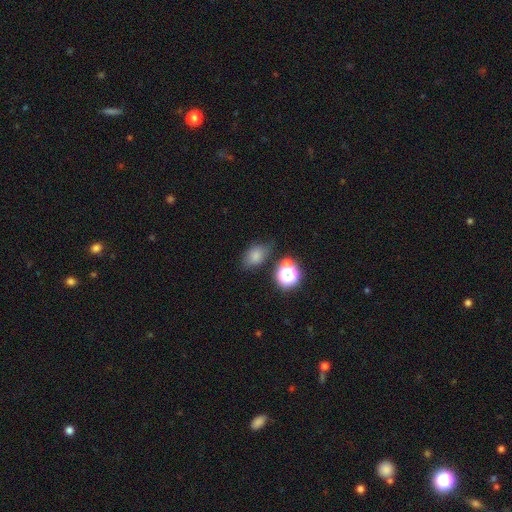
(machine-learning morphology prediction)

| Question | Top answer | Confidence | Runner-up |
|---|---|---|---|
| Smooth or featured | smooth | 59% | star or artifact (30%) |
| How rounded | in between | 70% | round (28%) |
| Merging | none | 76% | minor disturbance (14%) |